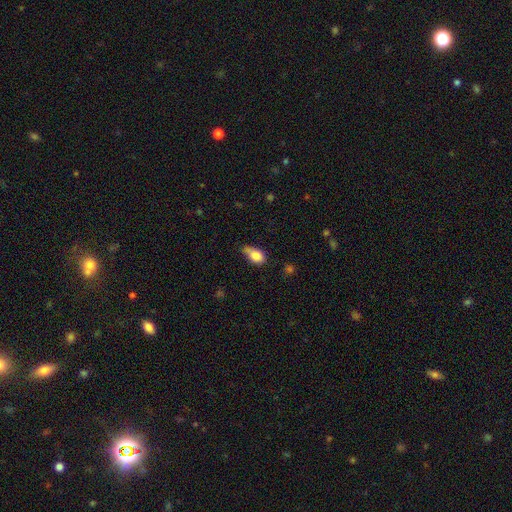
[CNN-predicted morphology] This appears to be a smooth galaxy with no disk features (82%) that is in between round and cigar-shaped (86%). Merging: minor disturbance (46%).